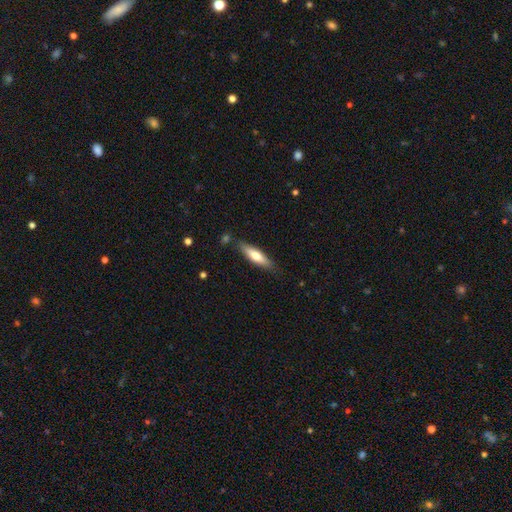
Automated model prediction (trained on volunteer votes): A smooth galaxy with no disk features (63%) that is cigar-shaped (68%).

Vote fractions:
- Smooth or featured? smooth: 63% / featured or disk: 31% / star or artifact: 6%
- How rounded? cigar-shaped: 68% / in between: 31% / round: 2%
- Merging? none: 81% / minor disturbance: 13% / merger: 3% / major disturbance: 3%